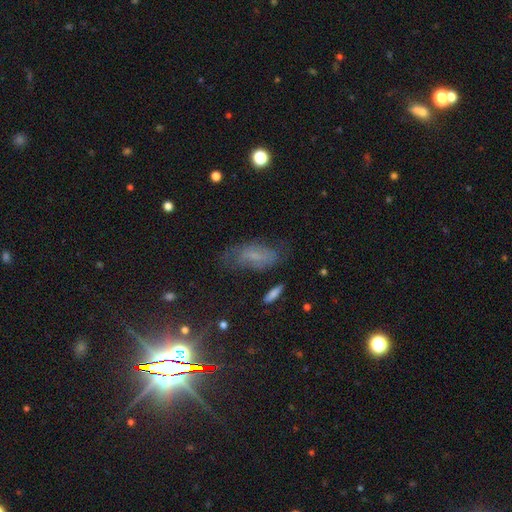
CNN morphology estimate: smooth_or_featured: smooth (p=0.49) [alt: featured or disk p=0.30]
merging: none (p=0.55) [alt: minor disturbance p=0.27]